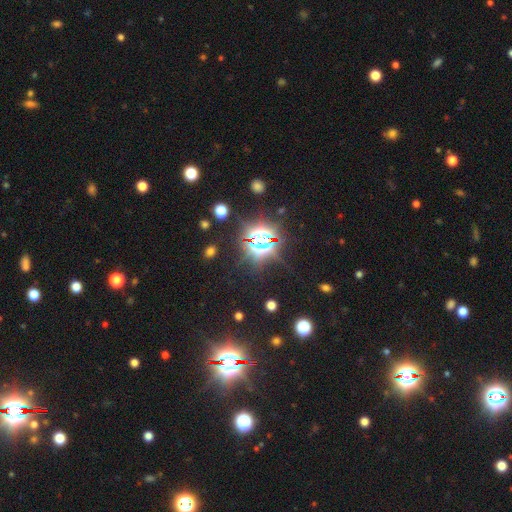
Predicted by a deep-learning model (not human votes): This is likely a star or artifact rather than a galaxy (80%).